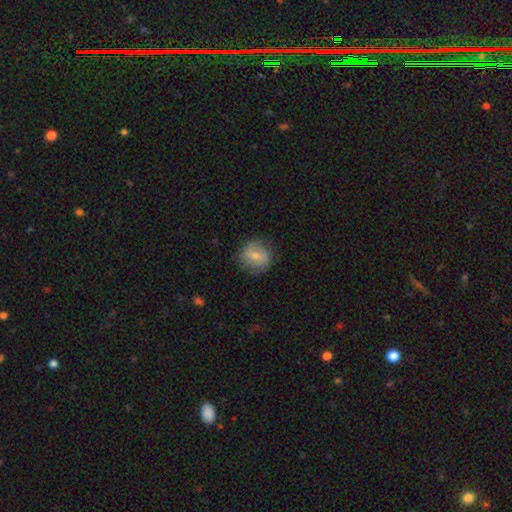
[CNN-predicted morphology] The model was most divided on "smooth or featured": smooth: 59%, featured or disk: 33%, star or artifact: 8%. More confident: how rounded — round (83%); merging — none (77%).